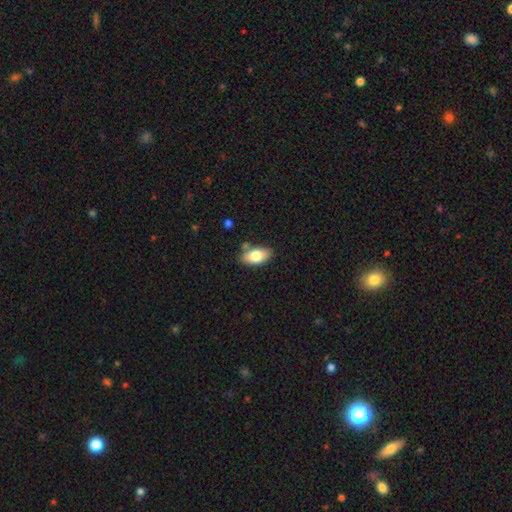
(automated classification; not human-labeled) Smooth or featured: smooth — 79% (featured or disk — 14%)
How rounded: in between — 92% (round — 5%)
Merging: none — 78% (minor disturbance — 14%)